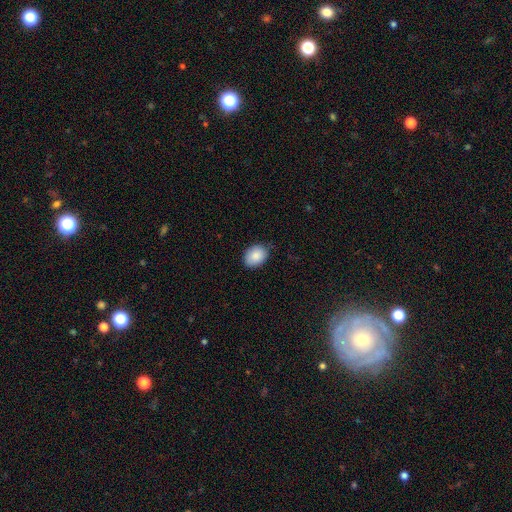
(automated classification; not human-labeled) A smooth galaxy with no disk features (88%) that is in between round and cigar-shaped (64%).

Vote fractions:
- Smooth or featured? smooth: 88% / star or artifact: 7% / featured or disk: 5%
- How rounded? in between: 64% / round: 35% / cigar-shaped: 1%
- Merging? none: 79% / minor disturbance: 17% / major disturbance: 3% / merger: 1%